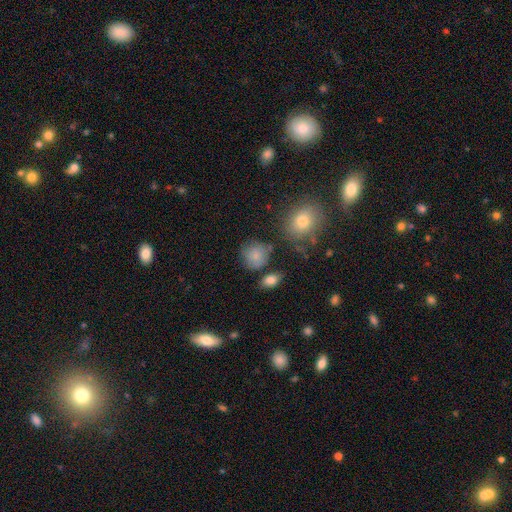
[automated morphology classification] Overall: smooth (81%). How rounded: round (81%). Merging: none (71%).